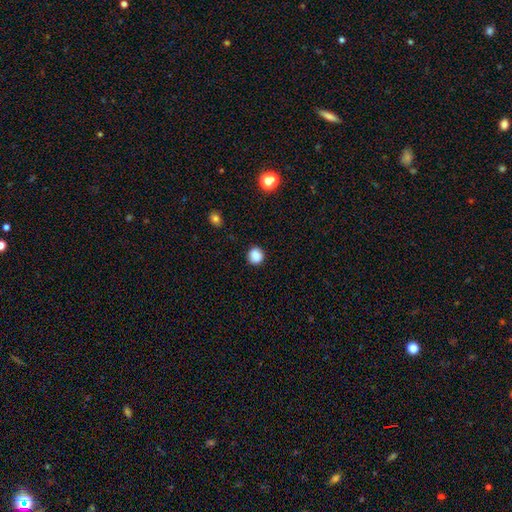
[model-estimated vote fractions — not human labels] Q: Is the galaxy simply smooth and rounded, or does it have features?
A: smooth — 87%.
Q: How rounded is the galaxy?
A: round — 88%.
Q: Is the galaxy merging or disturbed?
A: none — 87%.